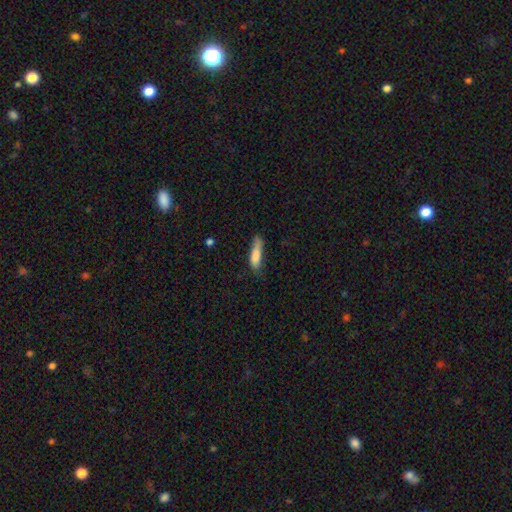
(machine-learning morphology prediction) This appears to be a smooth galaxy with no disk features (82%) that is cigar-shaped (61%). Merging: none (51%).